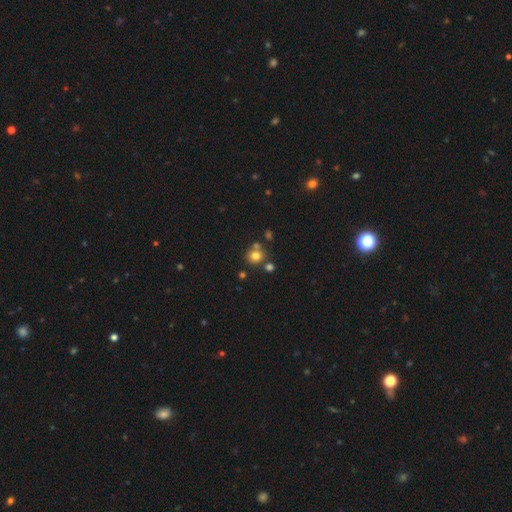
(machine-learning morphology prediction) type=smooth (75%); roundness=round (83%); merging=none (66%).